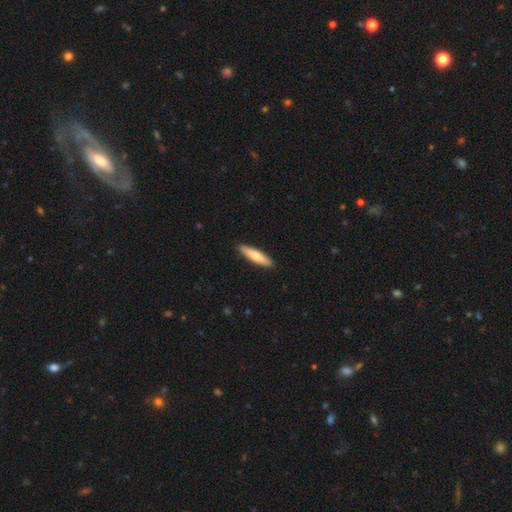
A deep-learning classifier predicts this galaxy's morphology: Smooth or featured? Predicted: smooth (p=0.67). How rounded? Predicted: cigar-shaped (p=0.79). Merging? Predicted: none (p=0.91).